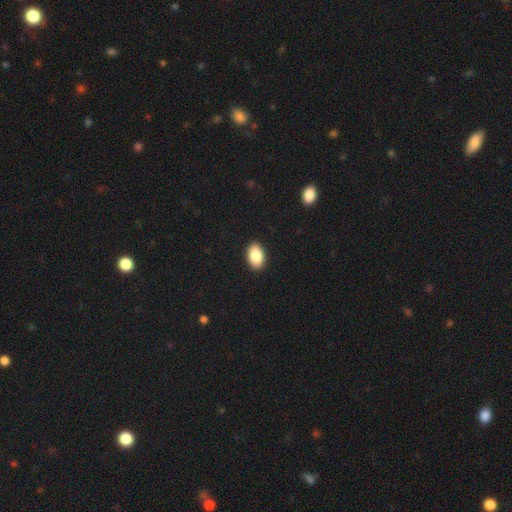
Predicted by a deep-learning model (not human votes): Q: Smooth or featured?
A: smooth (88%); runner-up: star or artifact (7%)
Q: How rounded?
A: in between (92%); runner-up: round (7%)
Q: Merging?
A: none (91%); runner-up: minor disturbance (6%)